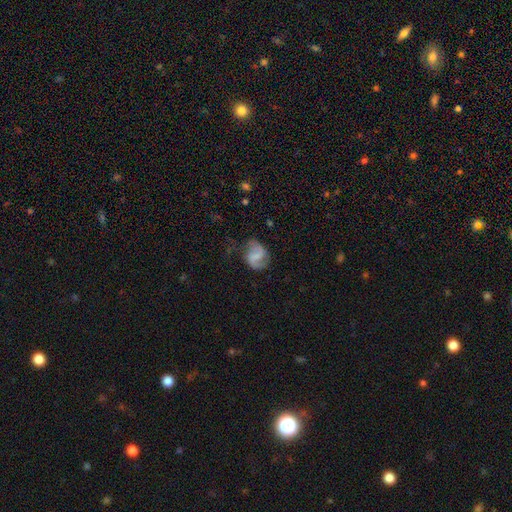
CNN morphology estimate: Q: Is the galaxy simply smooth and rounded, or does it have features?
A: featured or disk — 71%.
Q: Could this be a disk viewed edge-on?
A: no — 98%.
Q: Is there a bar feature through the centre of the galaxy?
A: weak — 48%.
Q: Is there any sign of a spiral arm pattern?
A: yes — 93%.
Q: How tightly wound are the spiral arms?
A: medium — 43%.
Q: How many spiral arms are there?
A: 2 — 87%.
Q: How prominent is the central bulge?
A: none — 54%.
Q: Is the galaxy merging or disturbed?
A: none — 62%.